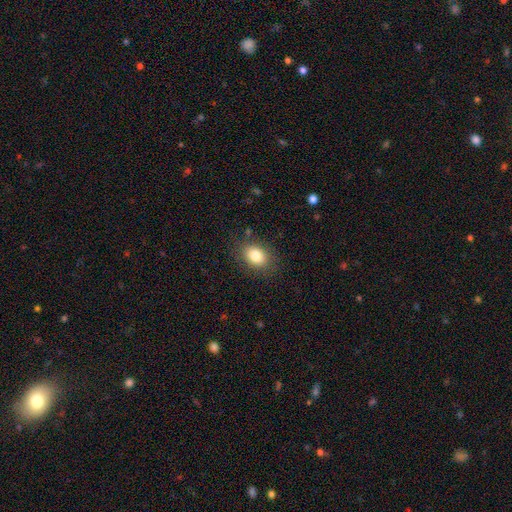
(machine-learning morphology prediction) Smooth or featured?
  - smooth: 82% *
  - star or artifact: 9%
  - featured or disk: 9%
How rounded?
  - in between: 65% *
  - round: 34%
  - cigar-shaped: 1%
Merging?
  - none: 84% *
  - minor disturbance: 11%
  - major disturbance: 4%
  - merger: 1%